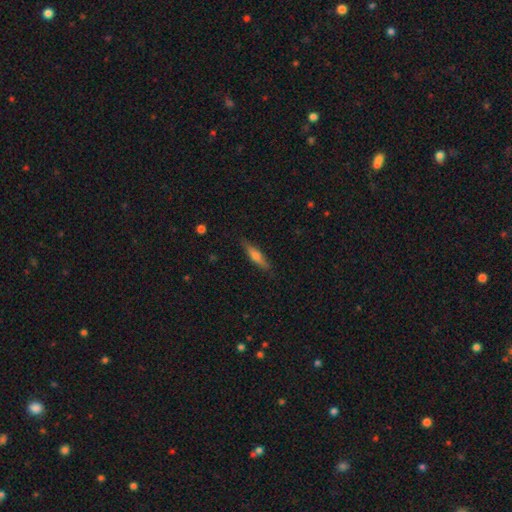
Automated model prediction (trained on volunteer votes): The model was most divided on "smooth or featured": smooth: 55%, featured or disk: 39%, star or artifact: 6%. More confident: merging — none (85%); how rounded — cigar-shaped (78%).